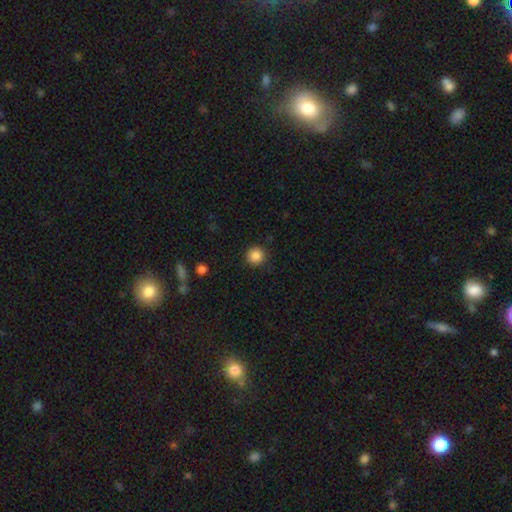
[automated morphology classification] smooth 86%, star or artifact 10%, featured or disk 4%. Down the decision tree: how rounded — round (94%); merging — none (90%).